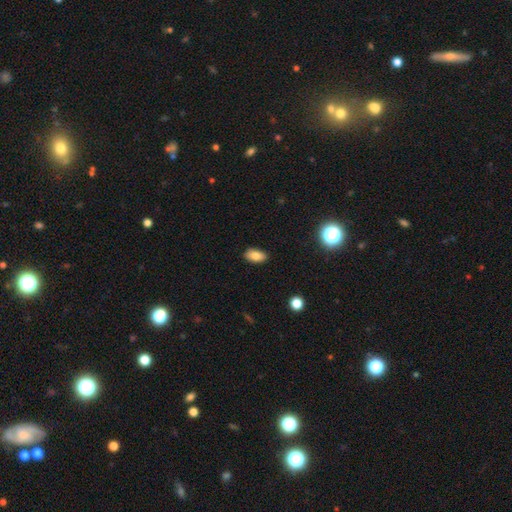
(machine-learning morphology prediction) A smooth galaxy with no disk features (83%) that is in between round and cigar-shaped (91%).

Vote fractions:
- Smooth or featured? smooth: 83% / star or artifact: 10% / featured or disk: 7%
- How rounded? in between: 91% / round: 5% / cigar-shaped: 3%
- Merging? none: 87% / minor disturbance: 10% / major disturbance: 2% / merger: 1%